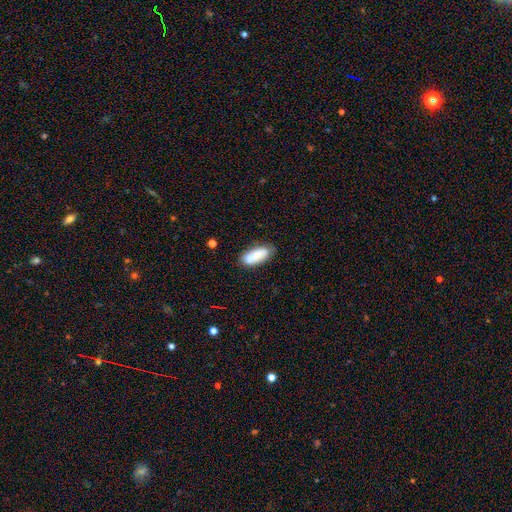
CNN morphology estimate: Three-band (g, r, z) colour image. It shows a smooth galaxy with no disk features (81%) that is in between round and cigar-shaped (79%). Merging: none (74%).